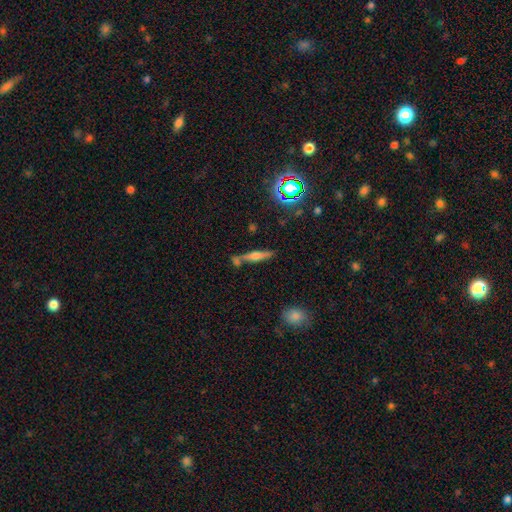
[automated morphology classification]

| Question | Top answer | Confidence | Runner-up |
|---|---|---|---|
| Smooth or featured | featured or disk | 53% | smooth (36%) |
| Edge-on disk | yes | 93% | no (7%) |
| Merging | none | 67% | merger (14%) |